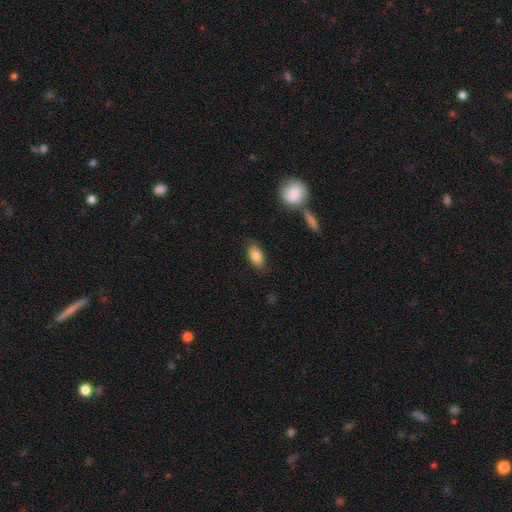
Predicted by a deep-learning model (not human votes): Smooth or featured?
  - smooth: 83% *
  - featured or disk: 10%
  - star or artifact: 7%
How rounded?
  - in between: 90% *
  - round: 5%
  - cigar-shaped: 5%
Merging?
  - none: 80% *
  - minor disturbance: 14%
  - major disturbance: 4%
  - merger: 3%